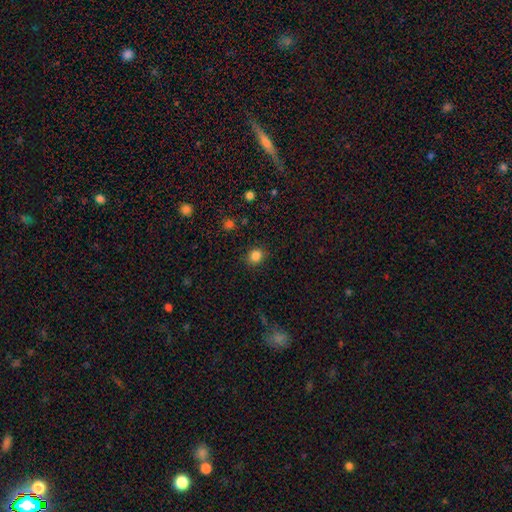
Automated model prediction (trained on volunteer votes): smooth 84%, star or artifact 12%, featured or disk 4%. Down the decision tree: how rounded — round (76%); merging — none (88%).